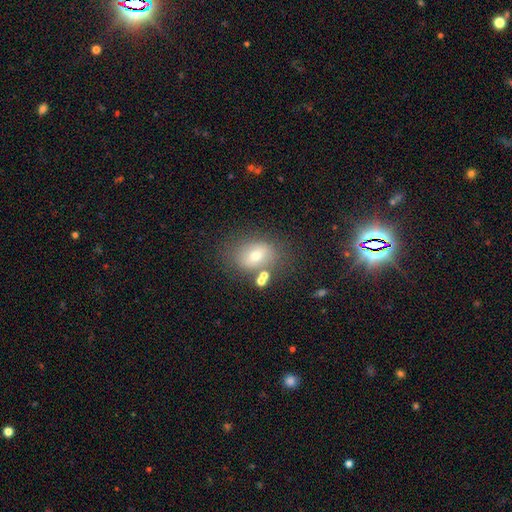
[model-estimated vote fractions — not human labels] The model was most divided on "how rounded": in between: 56%, round: 42%, cigar-shaped: 1%. More confident: merging — none (69%); smooth or featured — smooth (63%).